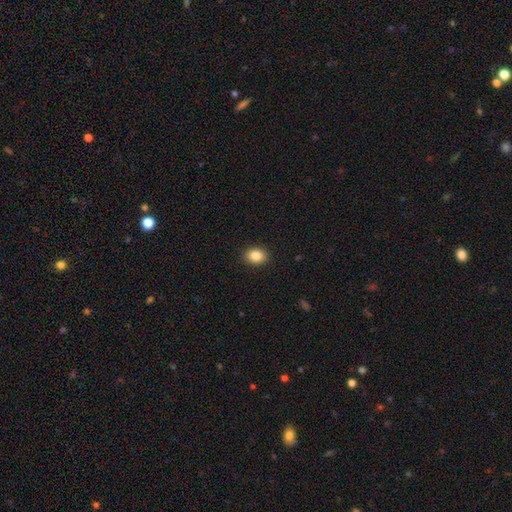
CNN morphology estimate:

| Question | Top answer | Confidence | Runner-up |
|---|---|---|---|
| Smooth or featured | smooth | 86% | star or artifact (9%) |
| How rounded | in between | 60% | round (39%) |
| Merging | none | 89% | minor disturbance (8%) |